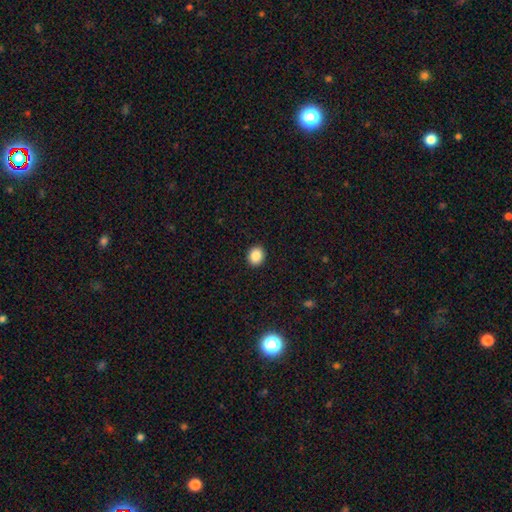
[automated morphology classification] This appears to be a smooth galaxy with no disk features (87%) that is round (72%). Merging: none (92%).